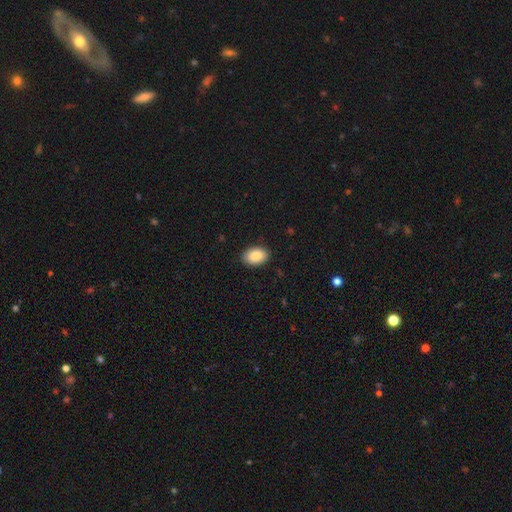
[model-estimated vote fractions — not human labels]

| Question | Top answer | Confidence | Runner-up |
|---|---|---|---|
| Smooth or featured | smooth | 86% | featured or disk (7%) |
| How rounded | in between | 89% | round (10%) |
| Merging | none | 88% | minor disturbance (9%) |